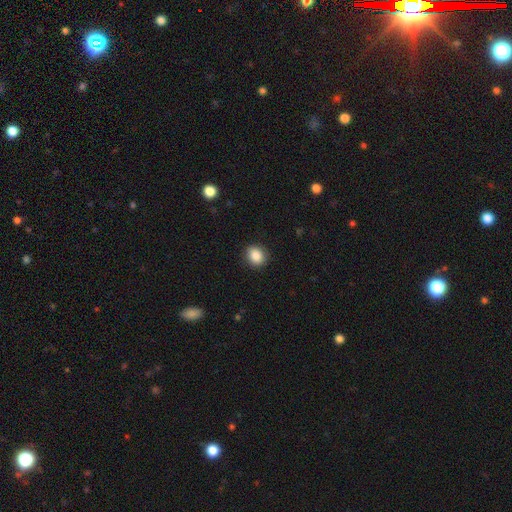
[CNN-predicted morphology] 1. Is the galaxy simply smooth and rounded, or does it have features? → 87% smooth, 9% star or artifact, 5% featured or disk.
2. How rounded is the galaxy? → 69% round, 30% in between, 1% cigar-shaped.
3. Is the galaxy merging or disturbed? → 89% none, 8% minor disturbance, 2% major disturbance, 1% merger.